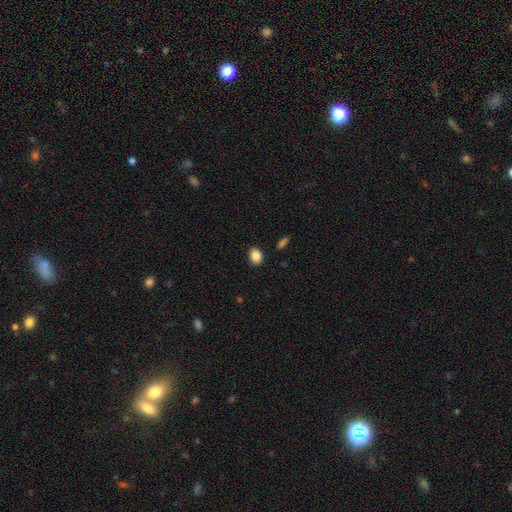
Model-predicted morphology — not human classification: Smooth or featured?
  - smooth: 87% *
  - star or artifact: 8%
  - featured or disk: 4%
How rounded?
  - in between: 71% *
  - round: 28%
  - cigar-shaped: 1%
Merging?
  - none: 88% *
  - minor disturbance: 8%
  - major disturbance: 2%
  - merger: 2%